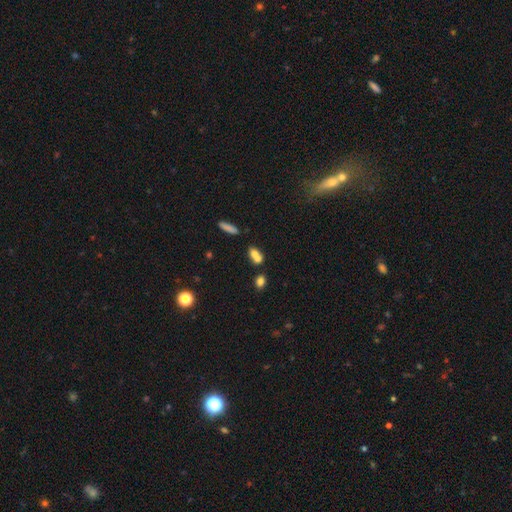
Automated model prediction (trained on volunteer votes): Smooth or featured? smooth (73%)
How rounded? in between (66%)
Merging? merger (56%)